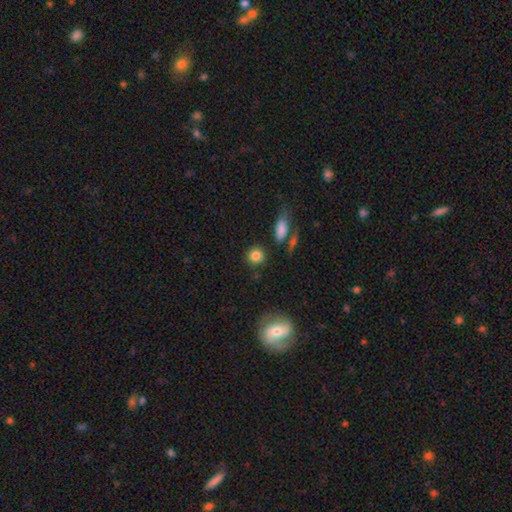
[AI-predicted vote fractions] Smooth or featured: smooth — 85% (star or artifact — 10%)
How rounded: round — 85% (in between — 13%)
Merging: none — 83% (minor disturbance — 9%)